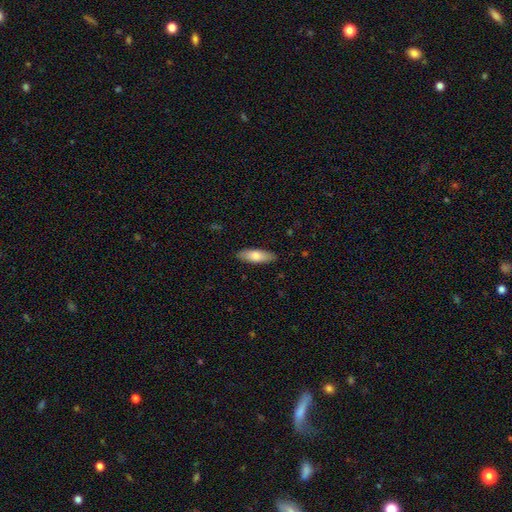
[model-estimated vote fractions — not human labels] Smooth or featured? smooth (77%)
How rounded? in between (61%)
Merging? none (88%)